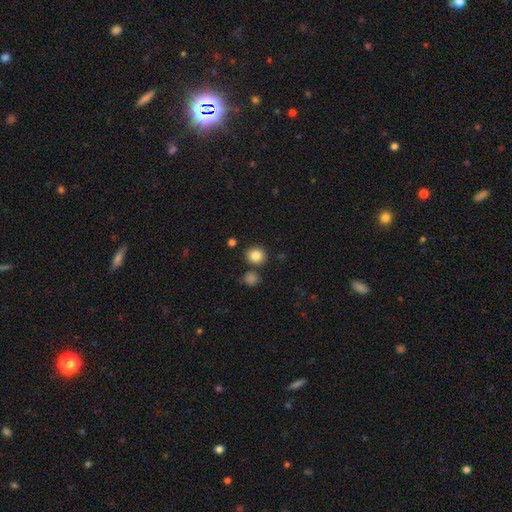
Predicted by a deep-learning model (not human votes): Overall: smooth (85%). How rounded: round (86%). Merging: none (81%).